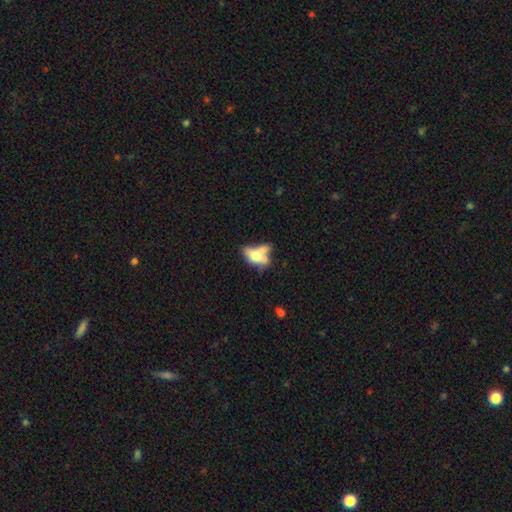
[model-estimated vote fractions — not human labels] A smooth galaxy with no disk features (54%) that is in between round and cigar-shaped (74%). Merging: merger (47%).